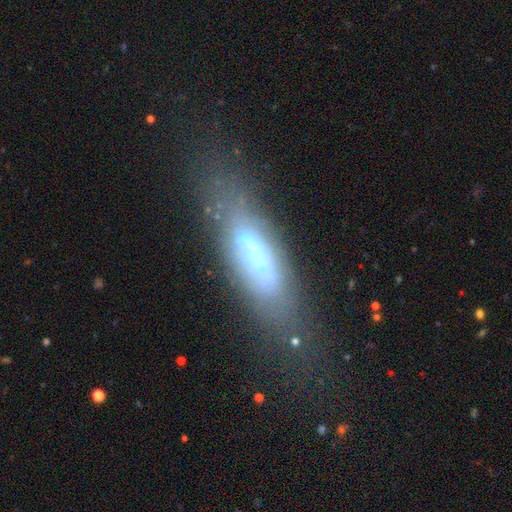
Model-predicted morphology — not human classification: Smooth or featured? featured or disk (51%)
Edge-on disk? yes (55%)
Merging? none (51%)